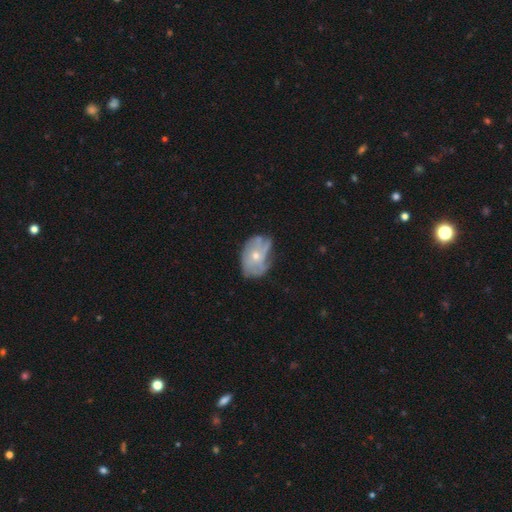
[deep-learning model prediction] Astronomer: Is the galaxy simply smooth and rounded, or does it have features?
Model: featured or disk — 62%.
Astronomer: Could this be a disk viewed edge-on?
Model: no — 96%.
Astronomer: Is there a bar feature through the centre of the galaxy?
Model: no — 84%.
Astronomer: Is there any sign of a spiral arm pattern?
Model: yes — 58% (runner-up: no, 42%).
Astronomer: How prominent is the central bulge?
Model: small — 54% (runner-up: moderate, 43%).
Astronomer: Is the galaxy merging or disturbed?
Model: none — 43% (runner-up: minor disturbance, 33%).